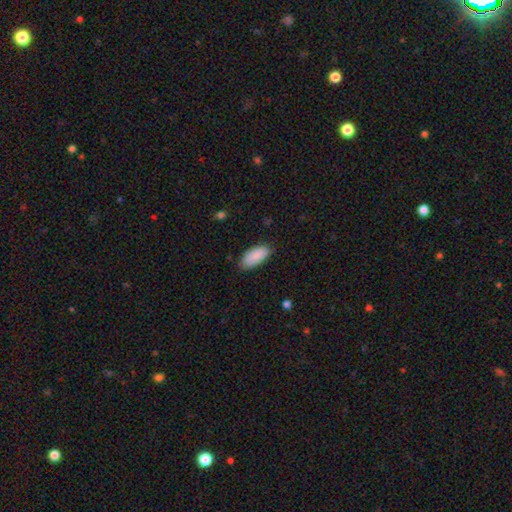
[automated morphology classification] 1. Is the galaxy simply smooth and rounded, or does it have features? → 89% smooth, 6% star or artifact, 5% featured or disk.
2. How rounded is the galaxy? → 91% in between, 7% cigar-shaped, 2% round.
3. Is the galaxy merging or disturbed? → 78% none, 18% minor disturbance, 3% major disturbance, 1% merger.